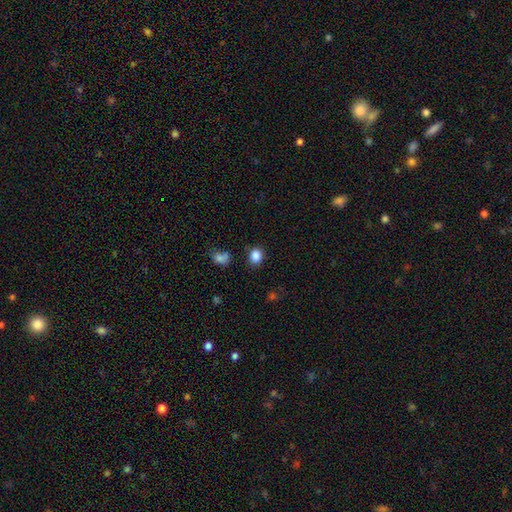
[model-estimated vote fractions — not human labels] smooth_or_featured: smooth (p=0.85) [alt: star or artifact p=0.11]
how_rounded: round (p=0.58) [alt: in between p=0.41]
merging: none (p=0.82) [alt: minor disturbance p=0.11]